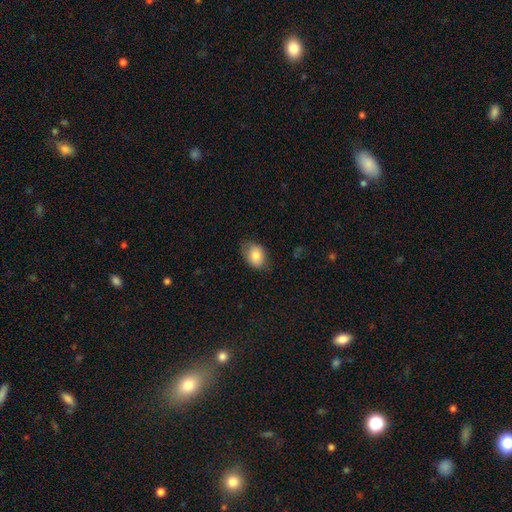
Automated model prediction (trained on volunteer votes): The model was most divided on "how rounded": in between: 70%, round: 29%, cigar-shaped: 1%. More confident: smooth or featured — smooth (82%); merging — none (72%).